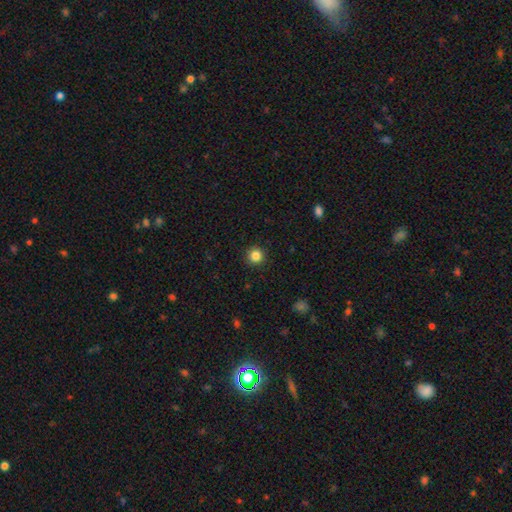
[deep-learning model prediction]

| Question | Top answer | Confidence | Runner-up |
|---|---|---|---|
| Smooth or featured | smooth | 84% | star or artifact (11%) |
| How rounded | round | 95% | in between (4%) |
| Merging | none | 92% | minor disturbance (5%) |